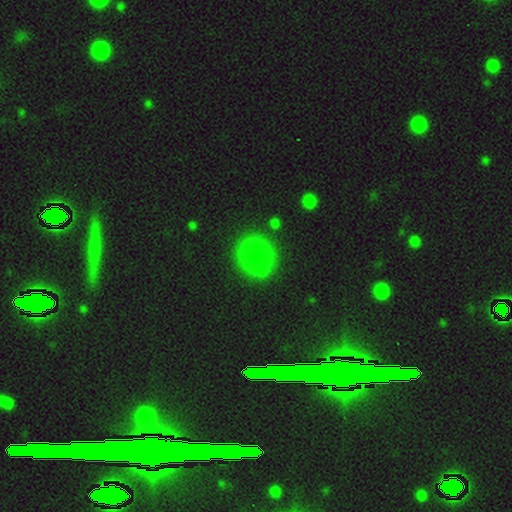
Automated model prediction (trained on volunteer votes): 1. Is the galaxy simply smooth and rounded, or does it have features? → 79% smooth, 13% star or artifact, 8% featured or disk.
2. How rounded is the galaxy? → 78% round, 21% in between, 1% cigar-shaped.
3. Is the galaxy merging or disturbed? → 71% none, 16% minor disturbance, 8% merger, 5% major disturbance.